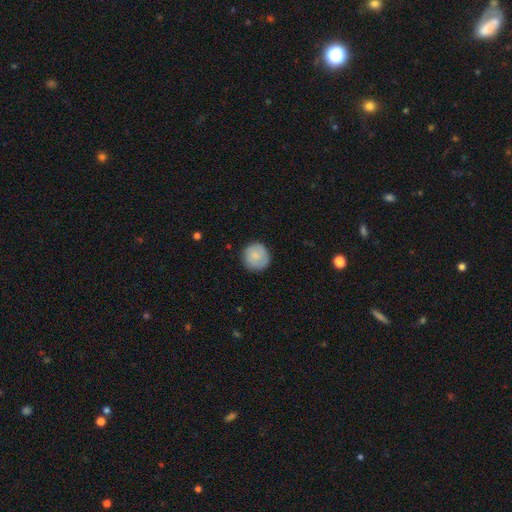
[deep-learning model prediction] A smooth galaxy with no disk features (75%) that is round (94%). Merging: none (85%).